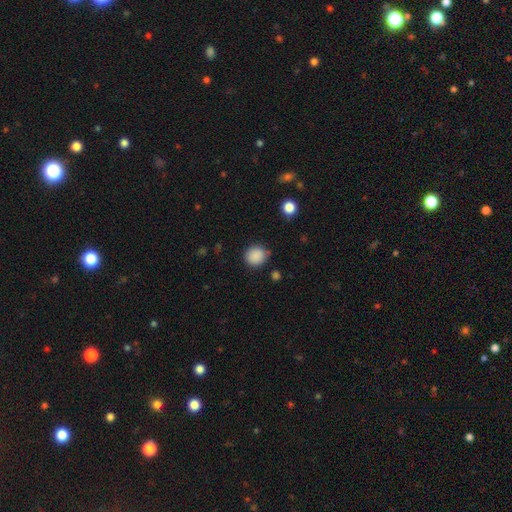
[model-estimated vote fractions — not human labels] smooth_or_featured: smooth (p=0.88) [alt: star or artifact p=0.09]
how_rounded: round (p=0.87) [alt: in between p=0.12]
merging: none (p=0.83) [alt: minor disturbance p=0.12]